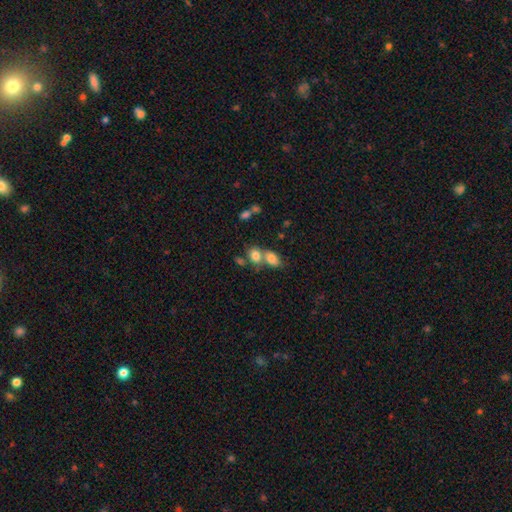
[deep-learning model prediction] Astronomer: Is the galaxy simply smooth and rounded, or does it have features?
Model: smooth — 79%.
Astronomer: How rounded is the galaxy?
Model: in between — 72%.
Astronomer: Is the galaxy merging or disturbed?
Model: merger — 56% (runner-up: none, 32%).